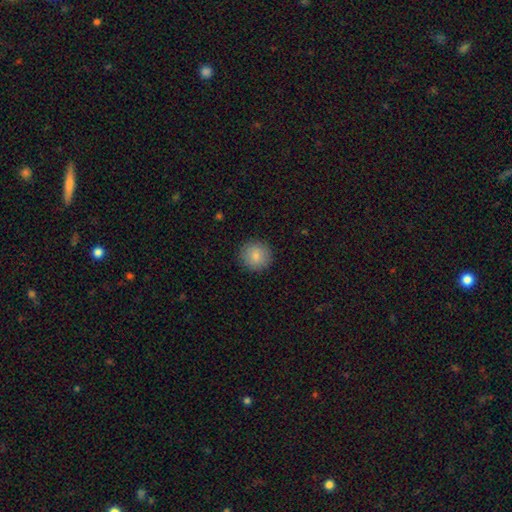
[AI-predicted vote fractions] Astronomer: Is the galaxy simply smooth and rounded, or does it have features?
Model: smooth — 85%.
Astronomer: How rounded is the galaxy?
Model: round — 93%.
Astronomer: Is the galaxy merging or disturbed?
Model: none — 90%.